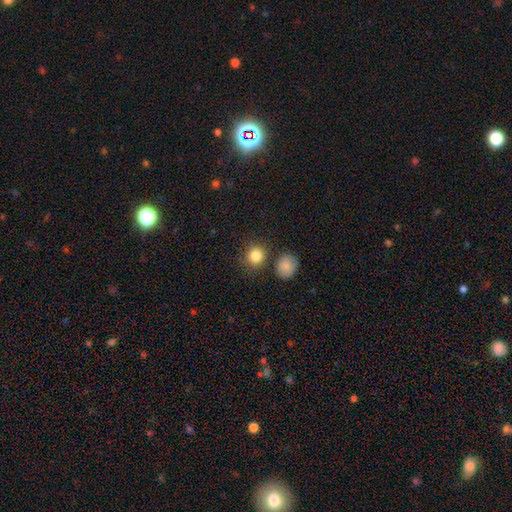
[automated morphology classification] Overall: smooth (85%). How rounded: round (85%). Merging: none (78%).